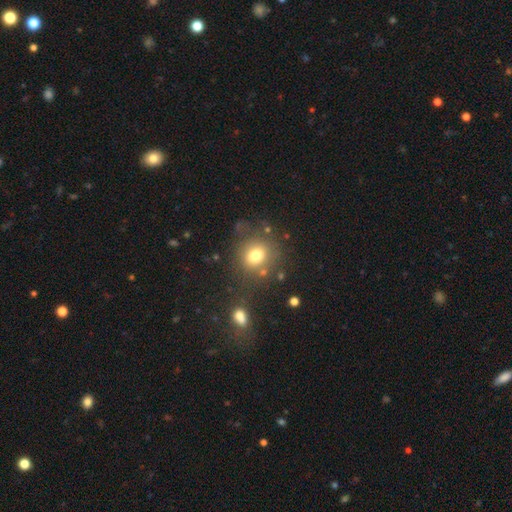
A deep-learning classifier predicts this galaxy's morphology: Smooth or featured?
  - smooth: 76% *
  - star or artifact: 13%
  - featured or disk: 11%
How rounded?
  - round: 75% *
  - in between: 24%
  - cigar-shaped: 1%
Merging?
  - none: 72% *
  - minor disturbance: 13%
  - merger: 8%
  - major disturbance: 7%